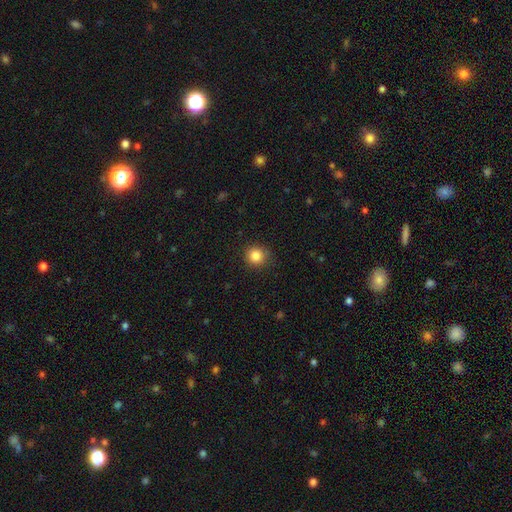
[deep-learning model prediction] Smooth or featured?
  - smooth: 85% *
  - star or artifact: 11%
  - featured or disk: 4%
How rounded?
  - round: 92% *
  - in between: 7%
  - cigar-shaped: 1%
Merging?
  - none: 87% *
  - minor disturbance: 9%
  - major disturbance: 3%
  - merger: 1%